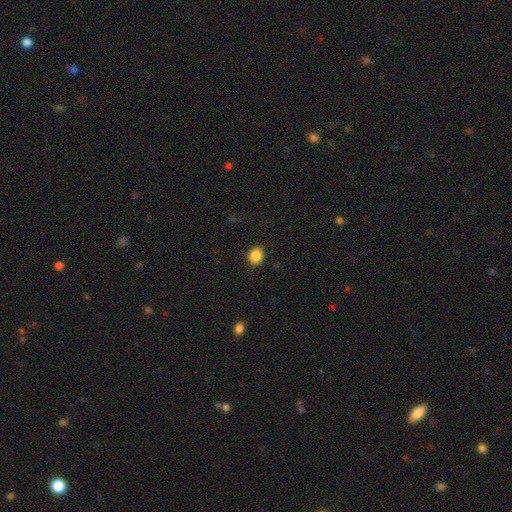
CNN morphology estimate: Smooth or featured? Predicted: smooth (p=0.88). How rounded? Predicted: round (p=0.68). Merging? Predicted: none (p=0.89).